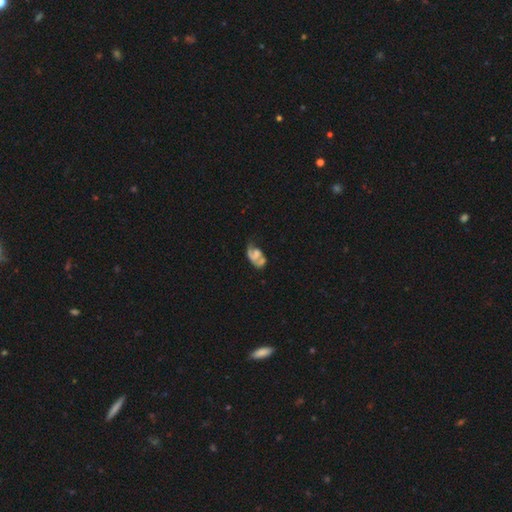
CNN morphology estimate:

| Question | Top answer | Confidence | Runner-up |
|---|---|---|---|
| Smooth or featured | featured or disk | 57% | smooth (32%) |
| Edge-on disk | no | 97% | yes (3%) |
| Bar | no | 71% | weak (22%) |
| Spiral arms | yes | 62% | no (38%) |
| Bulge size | none | 48% | small (22%) |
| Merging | major disturbance | 30% | none (29%) |